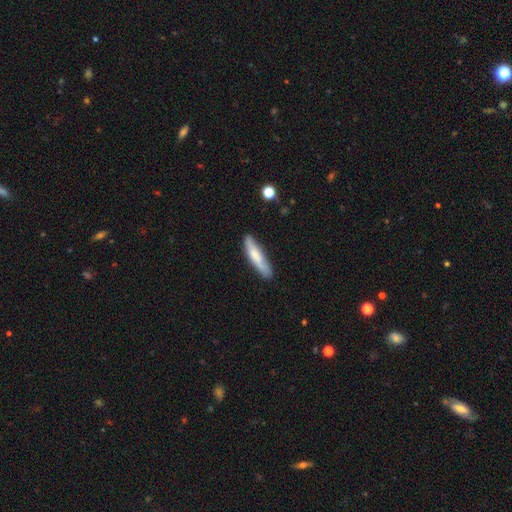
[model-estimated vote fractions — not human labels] Morphology: type=smooth (66%); roundness=cigar-shaped (80%); merging=none (78%).